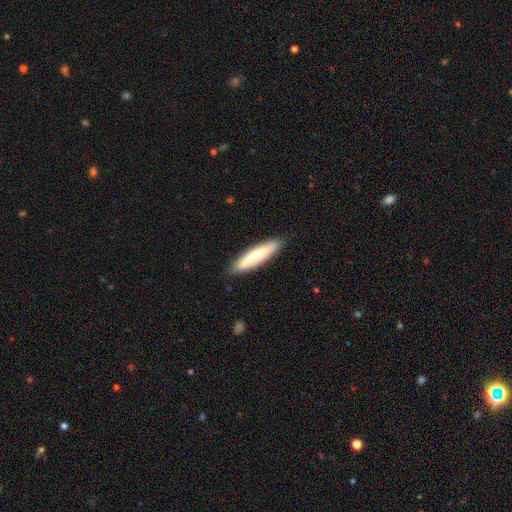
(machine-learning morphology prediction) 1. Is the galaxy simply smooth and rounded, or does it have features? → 73% smooth, 22% featured or disk, 5% star or artifact.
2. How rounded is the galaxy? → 80% cigar-shaped, 19% in between, 1% round.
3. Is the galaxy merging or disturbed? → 87% none, 10% minor disturbance, 2% major disturbance, 1% merger.